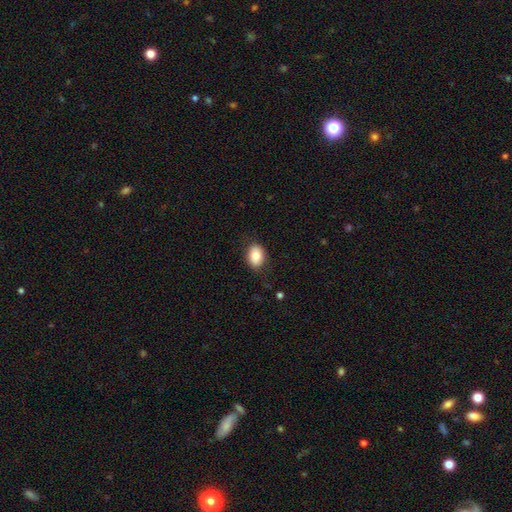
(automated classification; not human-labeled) A smooth galaxy with no disk features (82%) that is in between round and cigar-shaped (77%). Merging: none (84%).